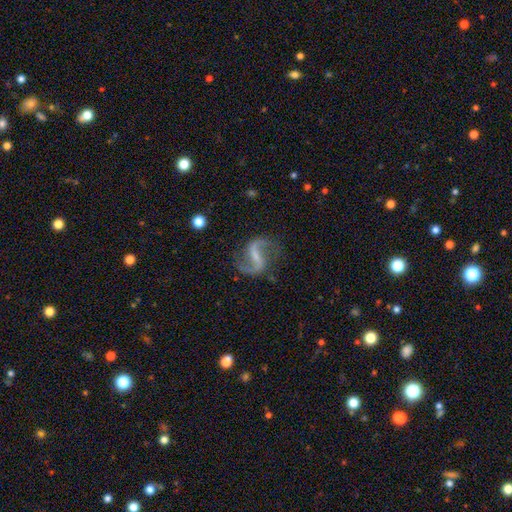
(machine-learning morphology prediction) Overall: featured or disk (90%). Edge-on disk: no (98%). Bar: strong (48%; weak 38%). Spiral arms: yes (97%). Spiral arm count: 2 (94%). Spiral winding: loose (64%; medium 31%). Bulge size: small (43%; none 41%). Merging: none (79%).